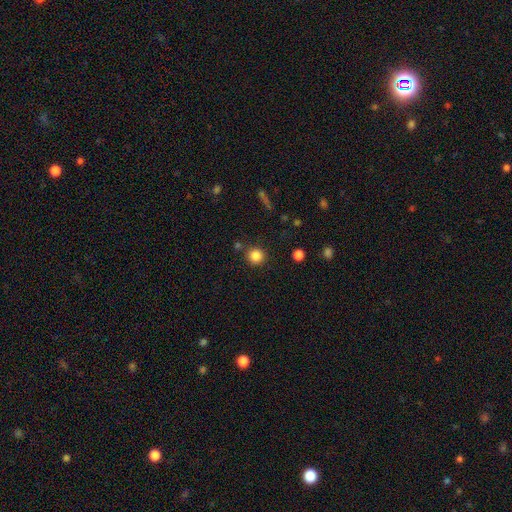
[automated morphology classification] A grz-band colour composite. It shows a smooth galaxy with no disk features (84%) that is round (93%). Merging: none (85%).